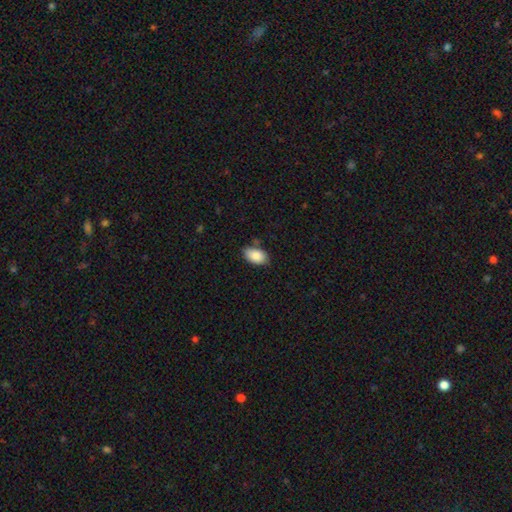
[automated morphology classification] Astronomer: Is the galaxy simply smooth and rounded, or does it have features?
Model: smooth — 86%.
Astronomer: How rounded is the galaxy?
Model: in between — 92%.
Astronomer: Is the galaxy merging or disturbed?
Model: none — 78%.